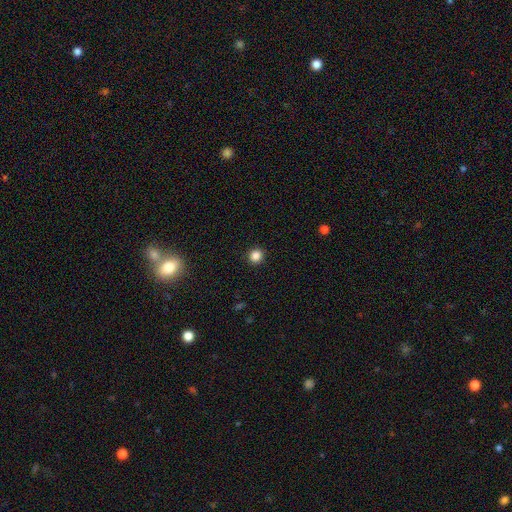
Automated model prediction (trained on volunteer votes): smooth-or-featured: smooth: 85% | star or artifact: 12% | featured or disk: 4%
  how-rounded: round: 93% | in between: 6% | cigar-shaped: 1%
  merging: none: 93% | minor disturbance: 4% | major disturbance: 2% | merger: 1%